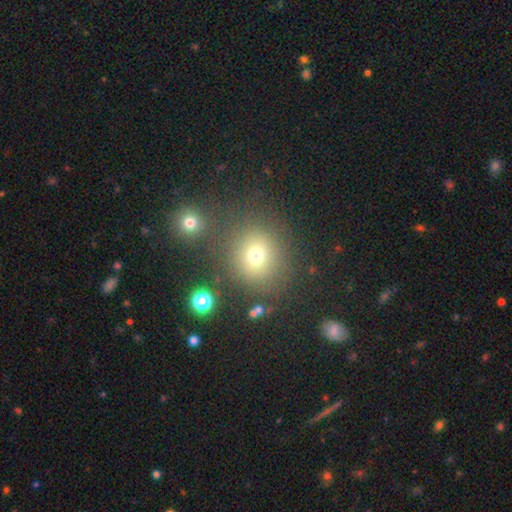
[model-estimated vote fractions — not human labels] A smooth galaxy with no disk features (71%) that is round (83%).

Vote fractions:
- Smooth or featured? smooth: 71% / star or artifact: 19% / featured or disk: 10%
- How rounded? round: 83% / in between: 16% / cigar-shaped: 1%
- Merging? none: 76% / minor disturbance: 10% / merger: 10% / major disturbance: 5%